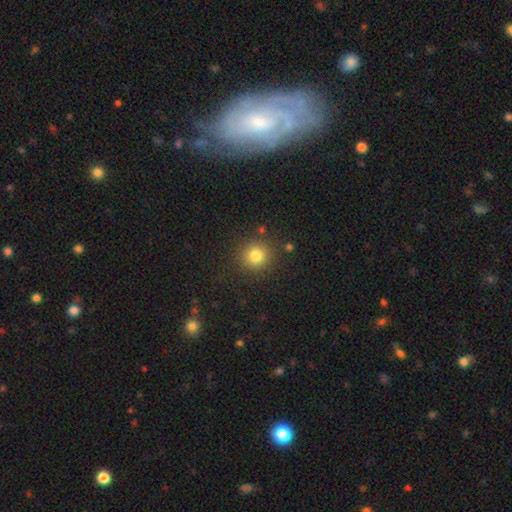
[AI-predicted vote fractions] Overall: smooth (80%). How rounded: round (92%). Merging: none (87%).